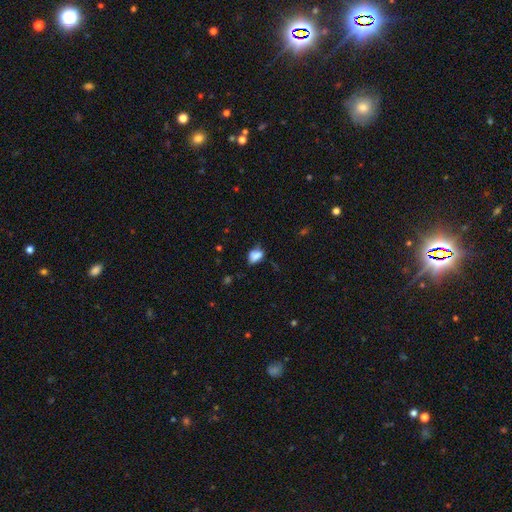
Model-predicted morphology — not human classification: type=smooth (78%); roundness=in between (79%); merging=none (47%).